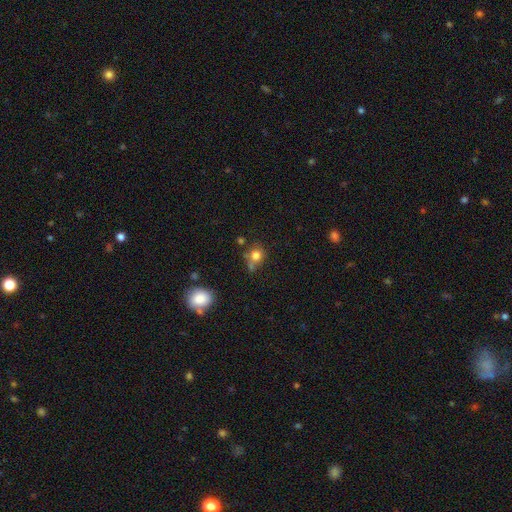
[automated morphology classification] A smooth galaxy with no disk features (78%) that is round (79%).

Vote fractions:
- Smooth or featured? smooth: 78% / star or artifact: 13% / featured or disk: 10%
- How rounded? round: 79% / in between: 20% / cigar-shaped: 1%
- Merging? none: 55% / minor disturbance: 19% / merger: 18% / major disturbance: 7%